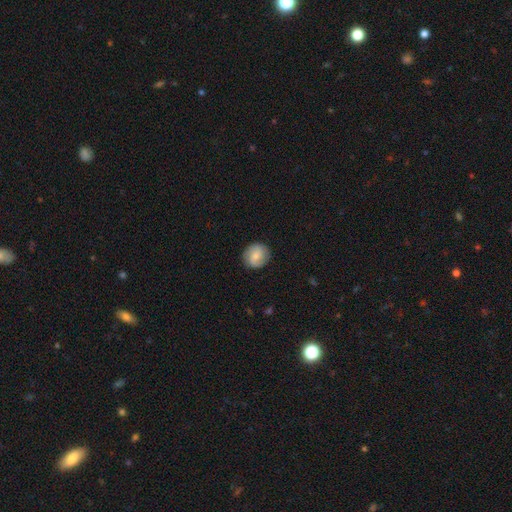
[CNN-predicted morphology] smooth 51%, featured or disk 42%, star or artifact 7%. Down the decision tree: how rounded — round (85%); merging — none (84%).